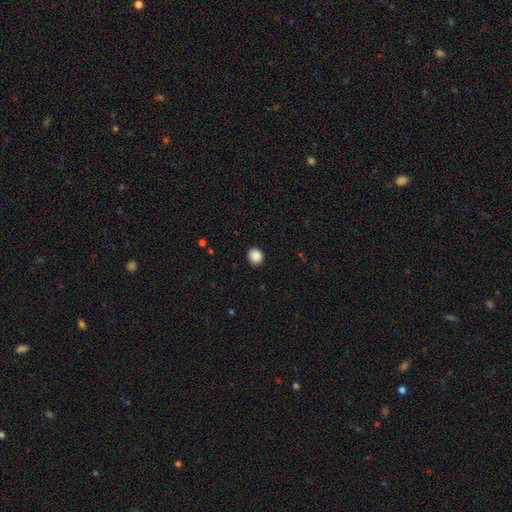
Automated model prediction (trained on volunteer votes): Smooth or featured?
  - smooth: 89% *
  - star or artifact: 9%
  - featured or disk: 3%
How rounded?
  - round: 70% *
  - in between: 30%
  - cigar-shaped: 1%
Merging?
  - none: 90% *
  - minor disturbance: 7%
  - major disturbance: 2%
  - merger: 1%